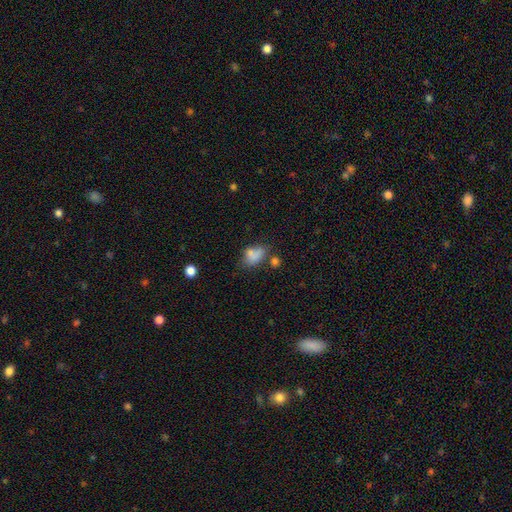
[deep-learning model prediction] This is likely a smooth galaxy (73%). How rounded: likely in between (78%). Merging: marginally none (36%).